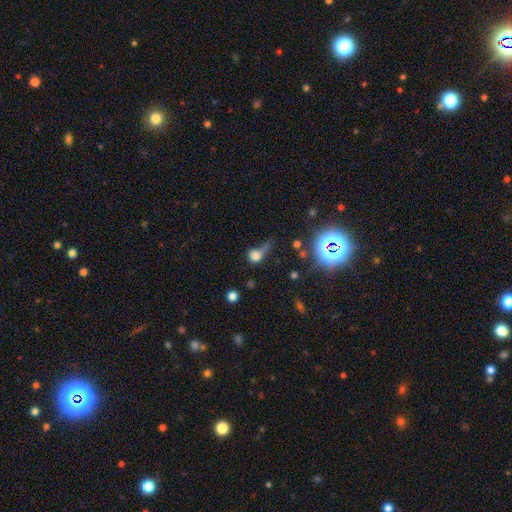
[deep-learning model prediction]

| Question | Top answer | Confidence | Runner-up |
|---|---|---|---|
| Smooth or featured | smooth | 68% | star or artifact (19%) |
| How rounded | round | 67% | in between (30%) |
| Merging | none | 30% | major disturbance (29%) |